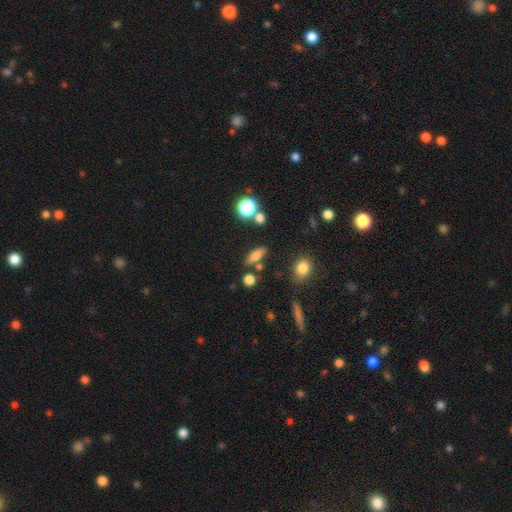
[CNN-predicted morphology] A smooth galaxy with no disk features (68%) that is in between round and cigar-shaped (52%). Merging: none (74%).